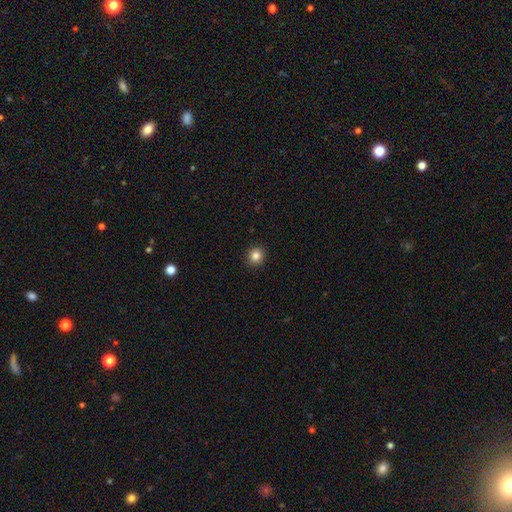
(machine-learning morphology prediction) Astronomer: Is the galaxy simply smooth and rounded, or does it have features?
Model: smooth — 83%.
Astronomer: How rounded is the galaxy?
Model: round — 88%.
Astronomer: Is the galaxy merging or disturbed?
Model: none — 93%.